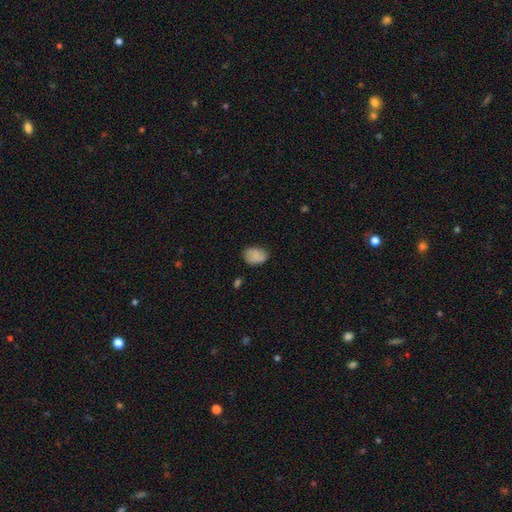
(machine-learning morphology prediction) A smooth galaxy with no disk features (79%) that is in between round and cigar-shaped (76%). Merging: none (72%).